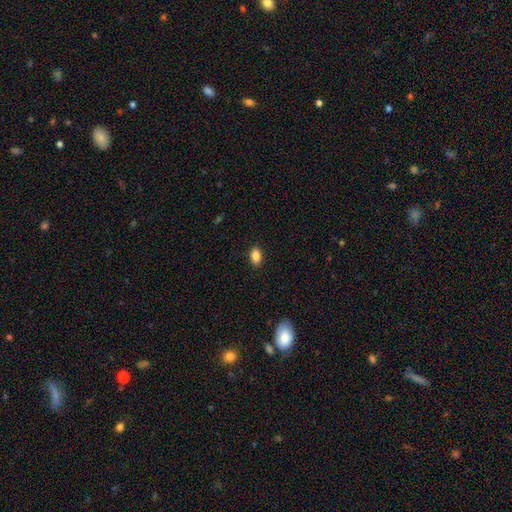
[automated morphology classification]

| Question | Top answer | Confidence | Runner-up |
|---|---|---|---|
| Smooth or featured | smooth | 87% | star or artifact (9%) |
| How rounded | in between | 88% | round (10%) |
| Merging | none | 88% | minor disturbance (9%) |